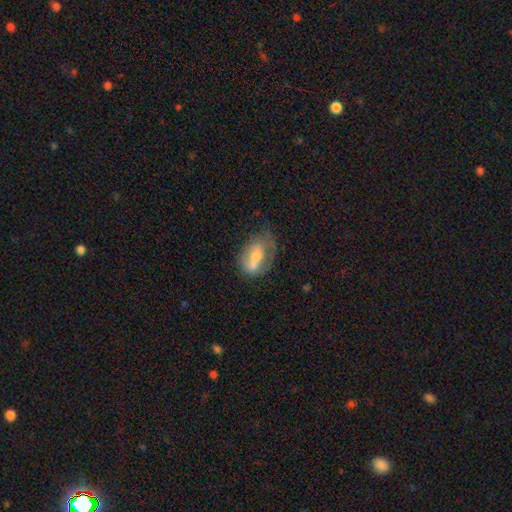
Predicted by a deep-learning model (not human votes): Morphology: type=smooth (48%); merging=merger (40%).